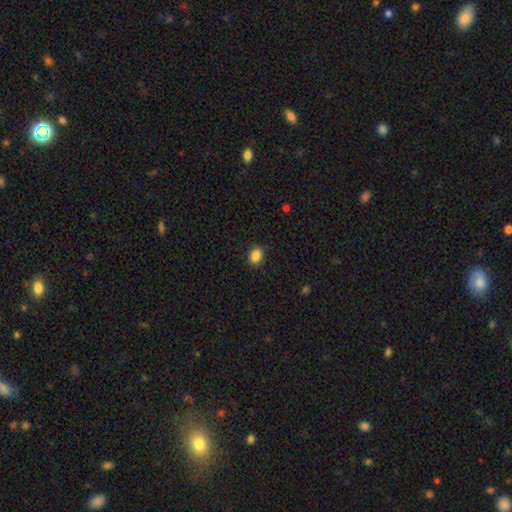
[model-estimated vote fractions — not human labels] A smooth galaxy with no disk features (86%) that is round (52%).

Vote fractions:
- Smooth or featured? smooth: 86% / star or artifact: 10% / featured or disk: 4%
- How rounded? round: 52% / in between: 47% / cigar-shaped: 1%
- Merging? none: 87% / minor disturbance: 10% / major disturbance: 2% / merger: 1%